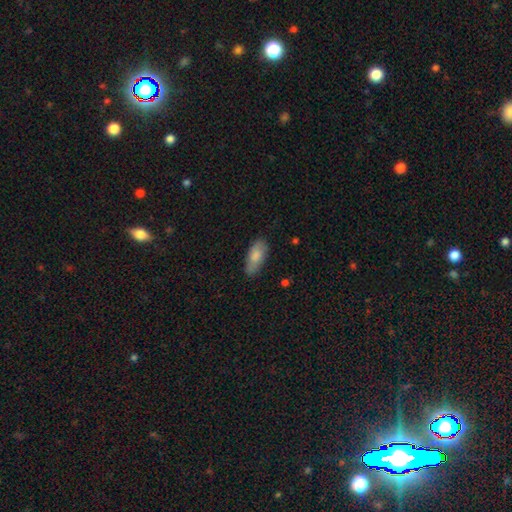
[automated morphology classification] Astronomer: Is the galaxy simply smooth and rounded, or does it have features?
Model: smooth — 80%.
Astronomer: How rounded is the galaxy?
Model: in between — 83%.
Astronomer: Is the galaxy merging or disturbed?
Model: none — 73%.